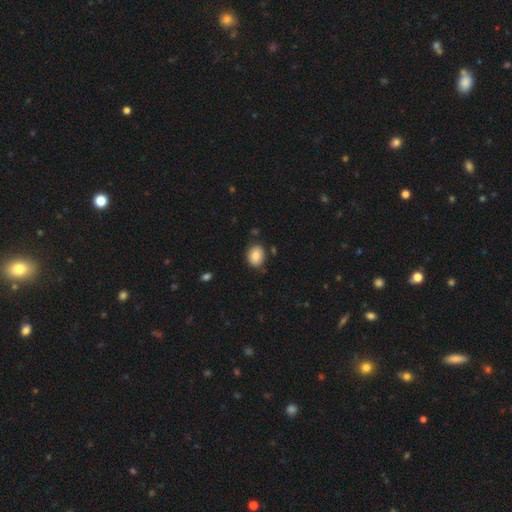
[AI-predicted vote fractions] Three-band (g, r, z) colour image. It shows a smooth galaxy with no disk features (84%) that is in between round and cigar-shaped (52%). Merging: none (82%).